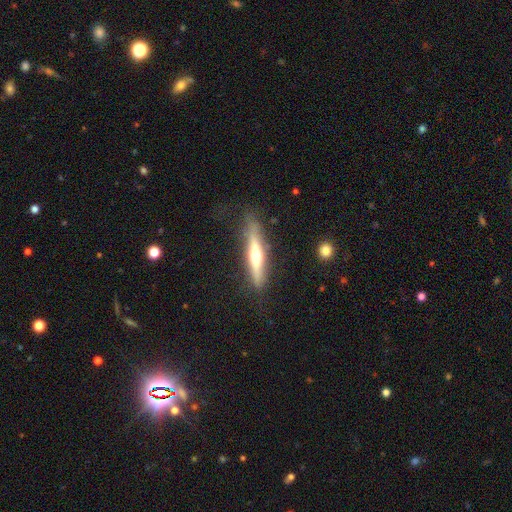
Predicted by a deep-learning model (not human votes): Overall: featured or disk (60%; smooth 34%). Edge-on disk: yes (93%). Edge-on bulge: rounded (90%). Merging: none (79%).